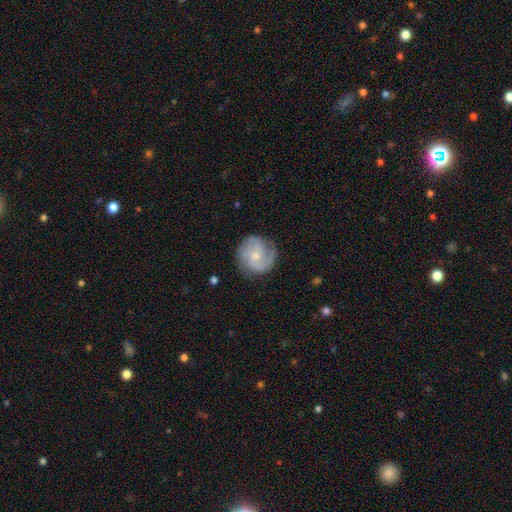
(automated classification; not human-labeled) Smooth or featured? featured or disk (79%)
Edge-on disk? no (98%)
Bar? no (59%)
Spiral arms? yes (96%)
Spiral winding? medium (47%)
Spiral arm count? 2 (62%)
Bulge size? small (59%)
Merging? none (77%)